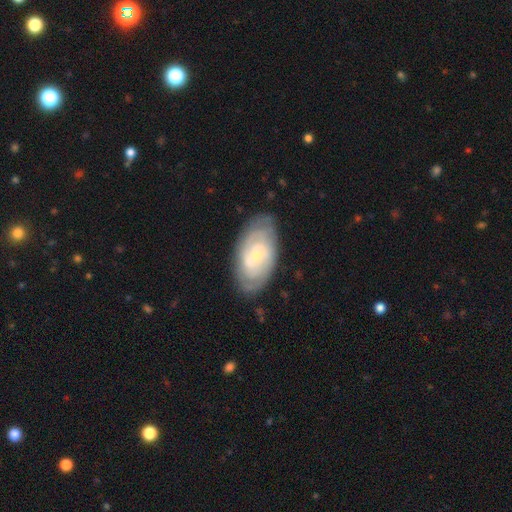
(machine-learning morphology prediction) Smooth or featured? Predicted: featured or disk (p=0.72). Edge-on disk? Predicted: no (p=0.95). Bar? Predicted: no (p=0.64). Spiral arms? Predicted: yes (p=0.87). Spiral winding? Predicted: tight (p=0.69). Spiral arm count? Predicted: can't tell (p=0.45). Bulge size? Predicted: small (p=0.63). Merging? Predicted: none (p=0.76).